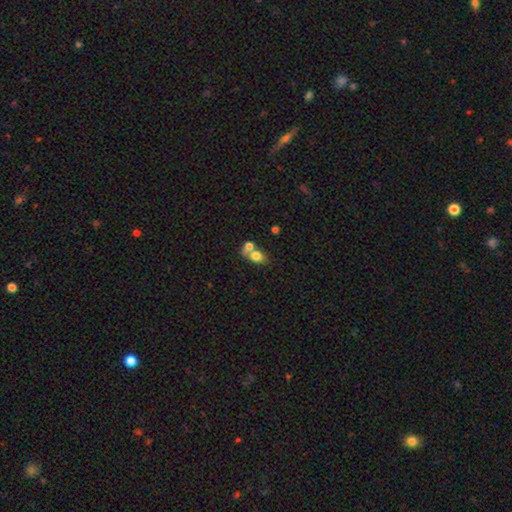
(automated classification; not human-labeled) Overall: smooth (77%). How rounded: in between (64%; round 35%). Merging: merger (53%; none 33%).